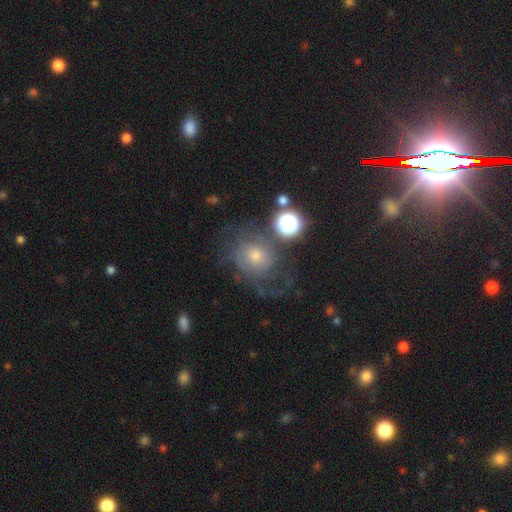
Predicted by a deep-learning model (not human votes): featured or disk 59%, smooth 24%, star or artifact 16%. Down the decision tree: edge-on disk — no (97%); bar — no (76%); spiral arms — yes (84%); bulge size — moderate (48%); merging — none (52%).